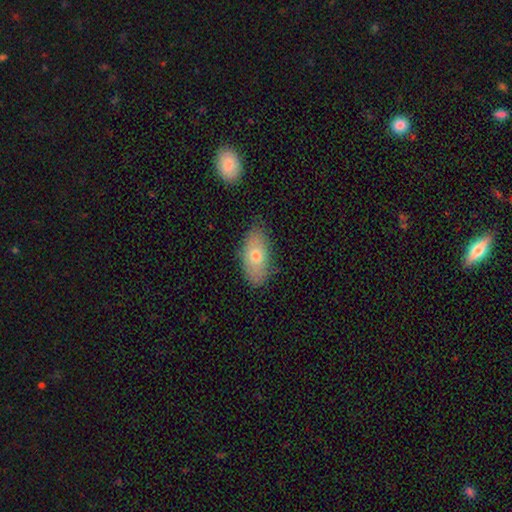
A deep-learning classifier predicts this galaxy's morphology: Q: Smooth or featured?
A: smooth (71%); runner-up: featured or disk (22%)
Q: How rounded?
A: in between (89%); runner-up: cigar-shaped (6%)
Q: Merging?
A: none (81%); runner-up: minor disturbance (14%)